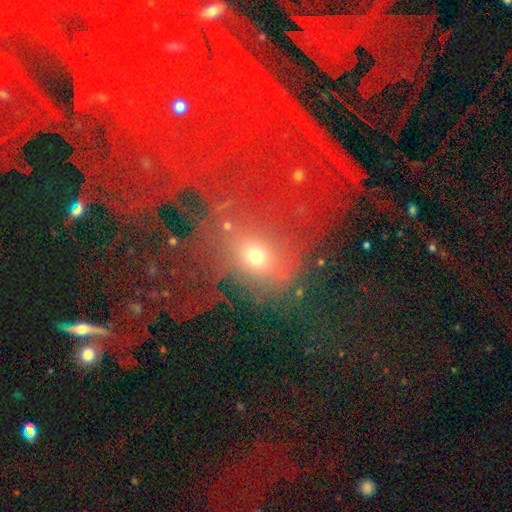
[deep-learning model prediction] smooth-or-featured: smooth: 38% | star or artifact: 34% | featured or disk: 27%
  merging: none: 39% | major disturbance: 30% | merger: 16% | minor disturbance: 16%